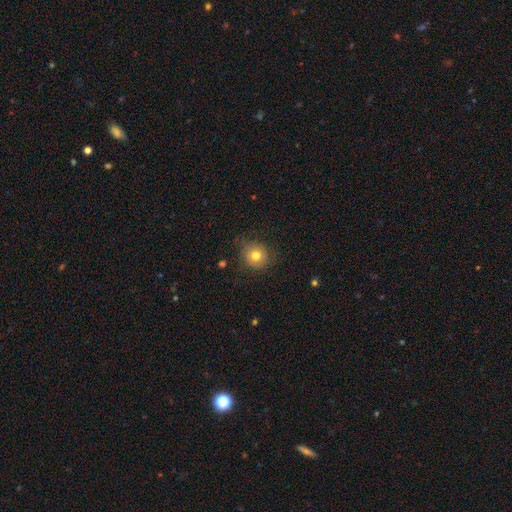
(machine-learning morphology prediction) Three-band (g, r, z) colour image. It shows a smooth galaxy with no disk features (76%) that is round (85%). Merging: none (77%).